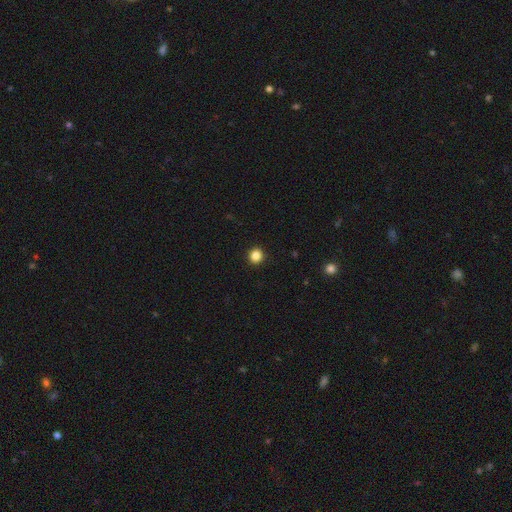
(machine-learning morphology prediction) smooth 86%, star or artifact 11%, featured or disk 3%. Down the decision tree: how rounded — round (92%); merging — none (93%).